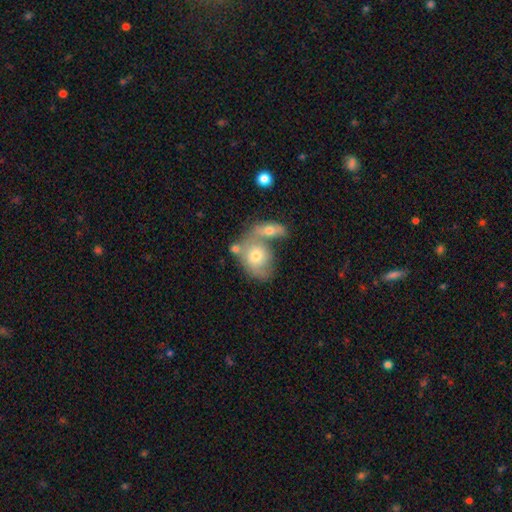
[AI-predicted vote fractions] smooth-or-featured: smooth: 61% | featured or disk: 31% | star or artifact: 8%
  how-rounded: in between: 56% | round: 42% | cigar-shaped: 2%
  merging: merger: 56% | none: 24% | minor disturbance: 12% | major disturbance: 8%